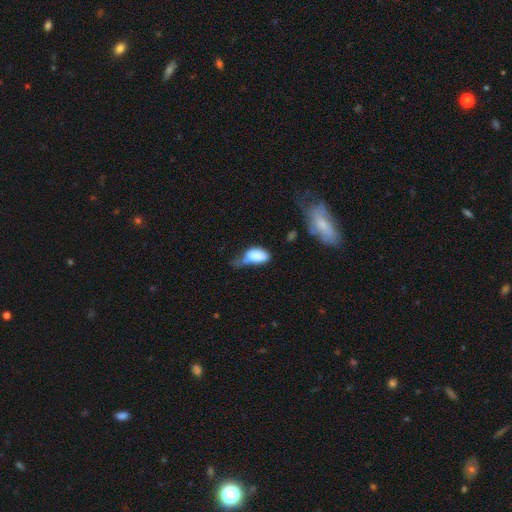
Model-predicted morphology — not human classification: Overall: smooth (80%). How rounded: in between (91%). Merging: major disturbance (32%; minor disturbance 30%).